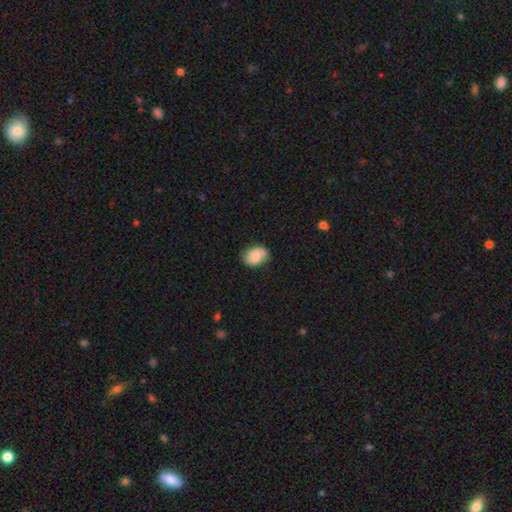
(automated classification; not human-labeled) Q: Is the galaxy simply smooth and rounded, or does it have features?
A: smooth — 58%.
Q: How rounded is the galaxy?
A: in between — 67%.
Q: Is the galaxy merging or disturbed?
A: none — 70%.